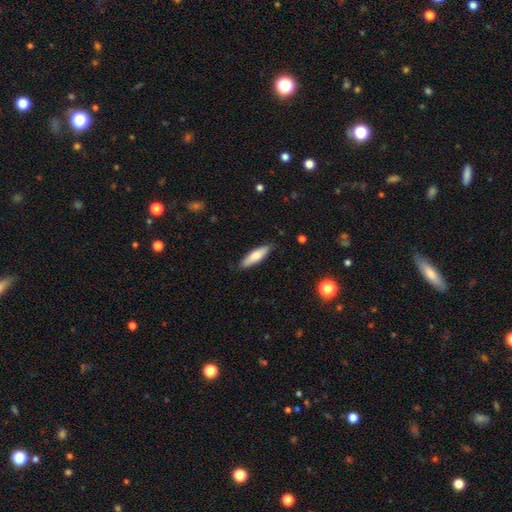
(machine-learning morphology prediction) This is likely a smooth galaxy (73%). How rounded: possibly cigar-shaped (58%). Merging: clearly none (87%).